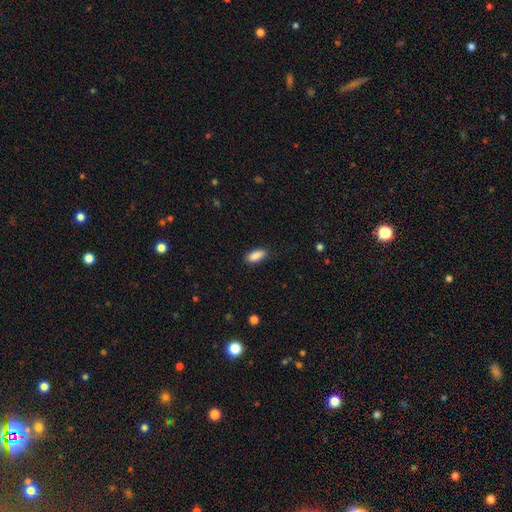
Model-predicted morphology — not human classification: type=smooth (89%); roundness=in between (83%); merging=none (85%).